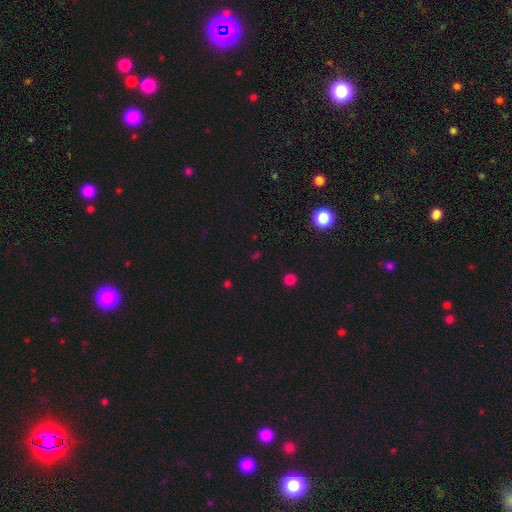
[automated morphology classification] A star or artifact, not a galaxy (57%).

Vote fractions:
- Smooth or featured? star or artifact: 57% / smooth: 37% / featured or disk: 7%